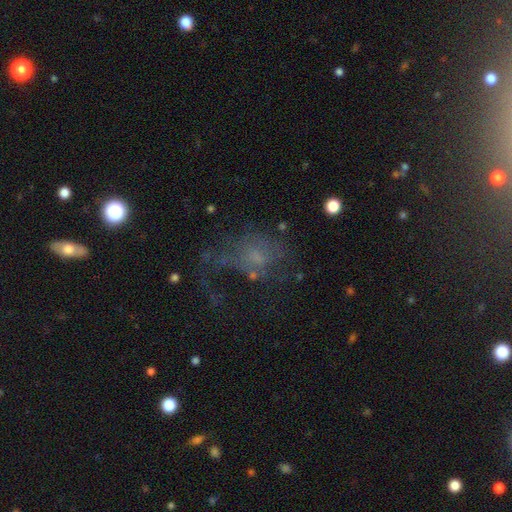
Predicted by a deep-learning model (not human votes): smooth_or_featured: featured or disk (p=0.42) [alt: smooth p=0.37]
merging: major disturbance (p=0.47) [alt: none p=0.31]